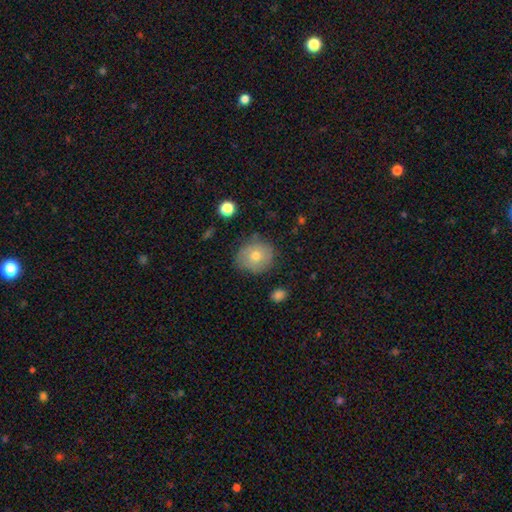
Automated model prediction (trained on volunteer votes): Q: Smooth or featured?
A: smooth (68%); runner-up: featured or disk (23%)
Q: How rounded?
A: round (81%); runner-up: in between (18%)
Q: Merging?
A: none (77%); runner-up: minor disturbance (17%)